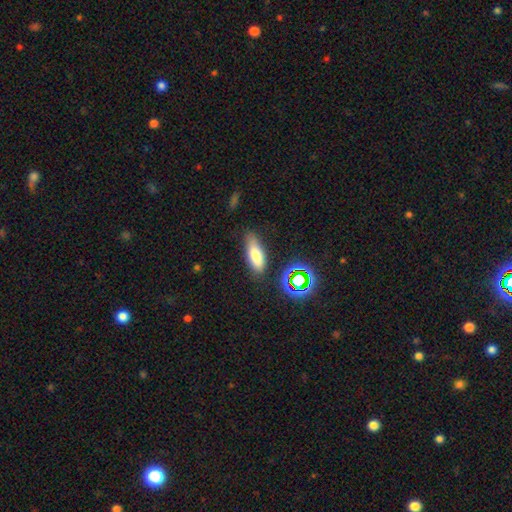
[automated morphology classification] The model was most divided on "how rounded": in between: 65%, cigar-shaped: 31%, round: 4%. More confident: merging — none (77%); smooth or featured — smooth (73%).